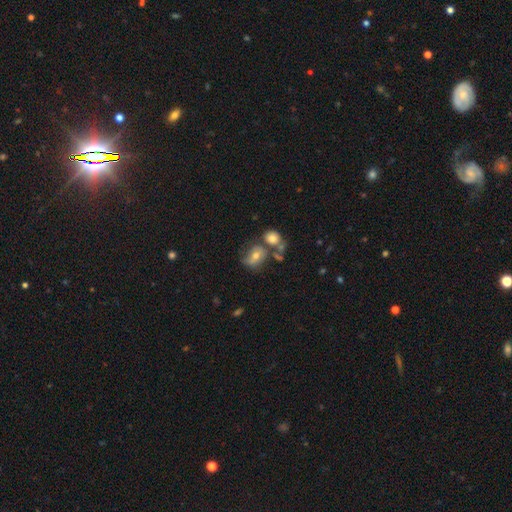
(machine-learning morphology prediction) Smooth or featured? smooth (52%)
How rounded? in between (54%)
Merging? none (40%)